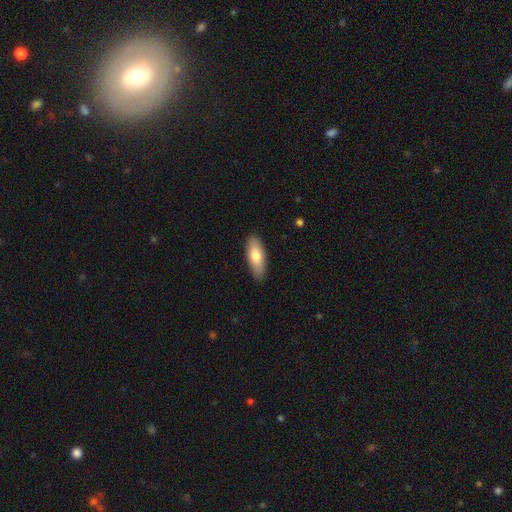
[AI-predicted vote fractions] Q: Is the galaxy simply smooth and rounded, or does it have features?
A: smooth — 76%.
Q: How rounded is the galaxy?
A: in between — 77%.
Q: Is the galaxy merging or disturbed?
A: none — 88%.